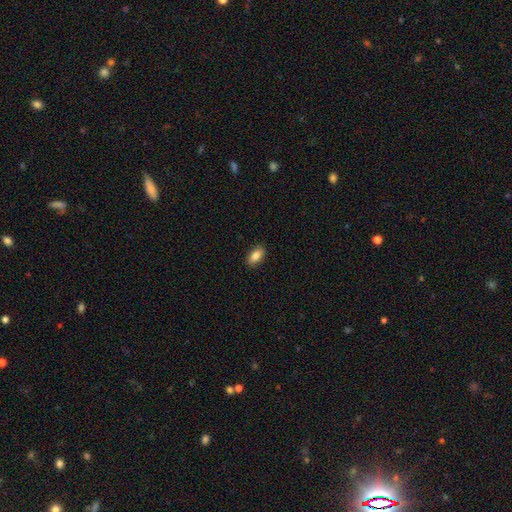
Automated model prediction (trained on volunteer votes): A smooth galaxy with no disk features (85%) that is in between round and cigar-shaped (91%). Merging: none (89%).